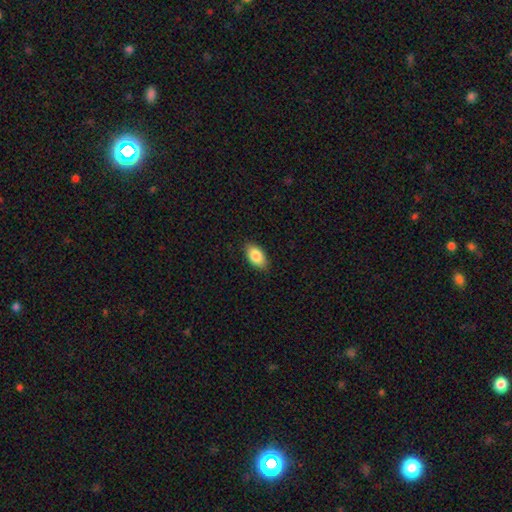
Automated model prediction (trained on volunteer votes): Overall: smooth (86%). How rounded: in between (93%). Merging: none (87%).